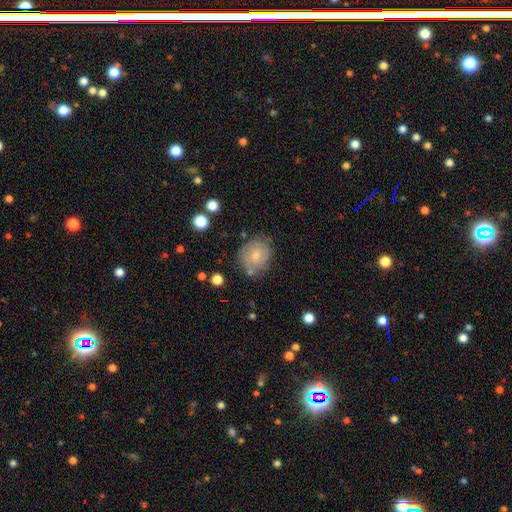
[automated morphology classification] Overall: smooth (68%). How rounded: round (65%; in between 34%). Merging: none (71%).